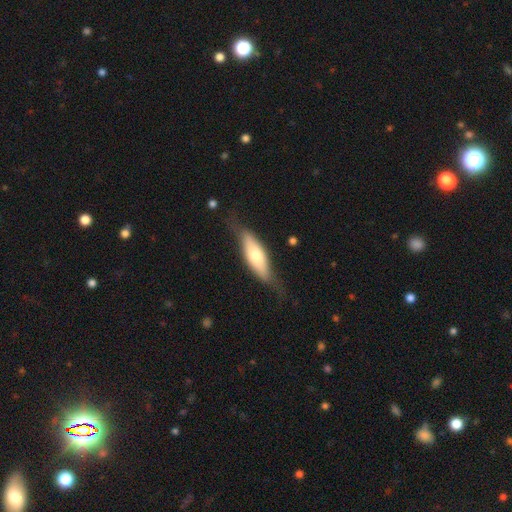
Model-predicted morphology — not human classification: Smooth or featured?
  - smooth: 53% *
  - featured or disk: 41%
  - star or artifact: 5%
How rounded?
  - in between: 57% *
  - cigar-shaped: 41%
  - round: 2%
Merging?
  - none: 65% *
  - minor disturbance: 24%
  - major disturbance: 10%
  - merger: 2%